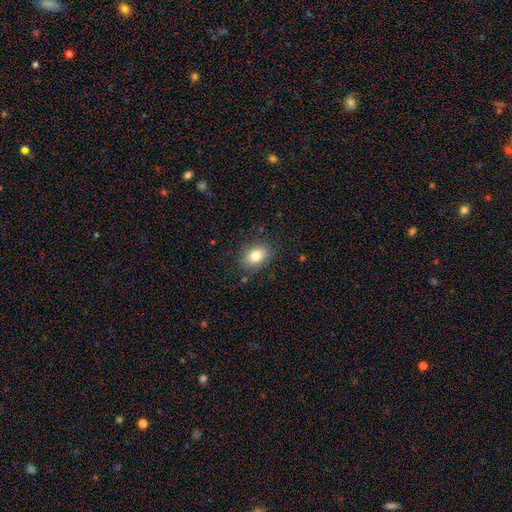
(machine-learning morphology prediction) smooth 79%, featured or disk 12%, star or artifact 9%. Down the decision tree: how rounded — in between (73%); merging — none (83%).